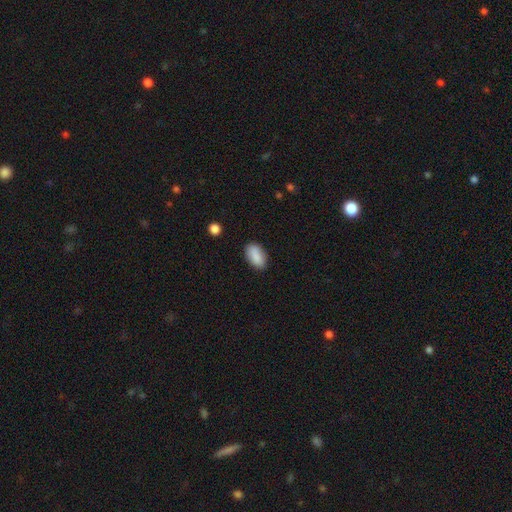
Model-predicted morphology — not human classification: smooth-or-featured: smooth: 87% | star or artifact: 7% | featured or disk: 6%
  how-rounded: in between: 92% | round: 4% | cigar-shaped: 4%
  merging: none: 83% | minor disturbance: 13% | major disturbance: 3% | merger: 2%